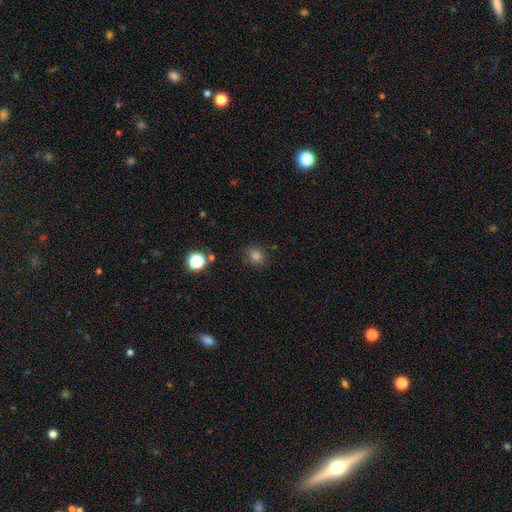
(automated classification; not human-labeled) Smooth or featured?
  - smooth: 79% *
  - star or artifact: 16%
  - featured or disk: 5%
How rounded?
  - round: 82% *
  - in between: 17%
  - cigar-shaped: 1%
Merging?
  - none: 84% *
  - minor disturbance: 10%
  - major disturbance: 3%
  - merger: 3%